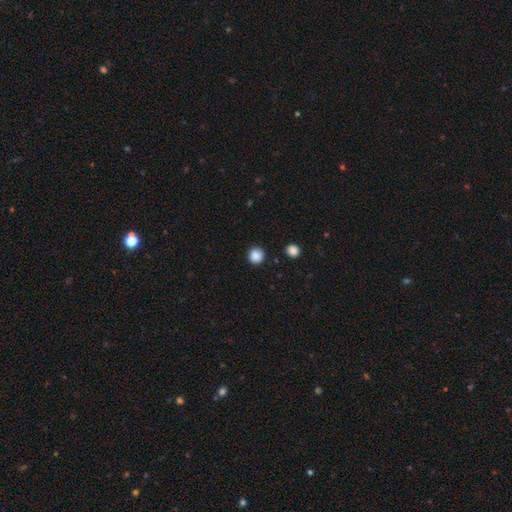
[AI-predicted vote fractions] Overall: smooth (88%). How rounded: round (94%). Merging: none (91%).